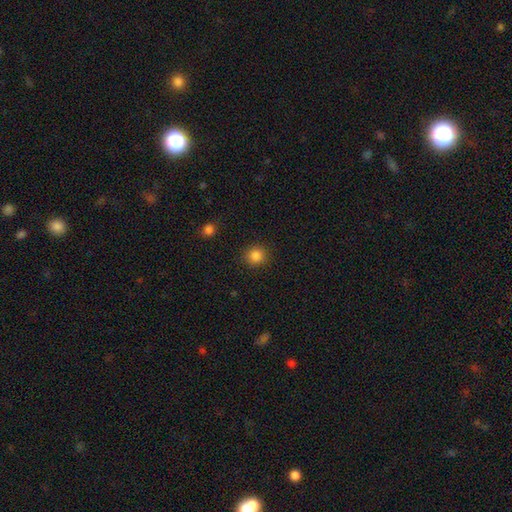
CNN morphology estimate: This appears to be a smooth galaxy with no disk features (85%) that is round (90%). Merging: none (90%).